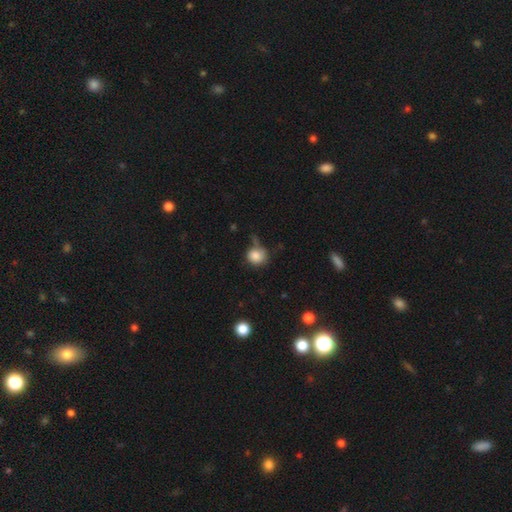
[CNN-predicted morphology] This is clearly a smooth galaxy (84%). How rounded: clearly round (82%). Merging: possibly none (54%).